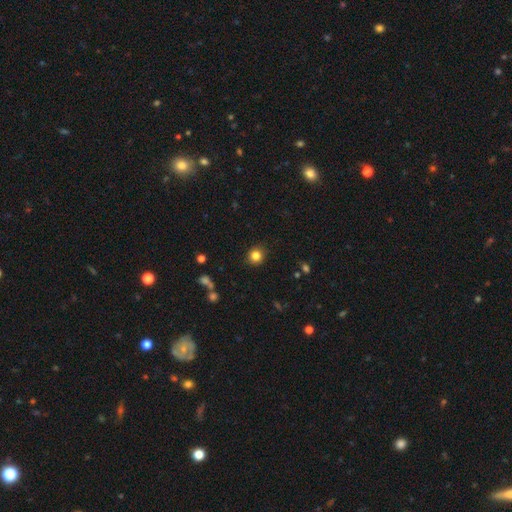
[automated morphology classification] Smooth or featured? smooth (83%)
How rounded? round (90%)
Merging? none (90%)